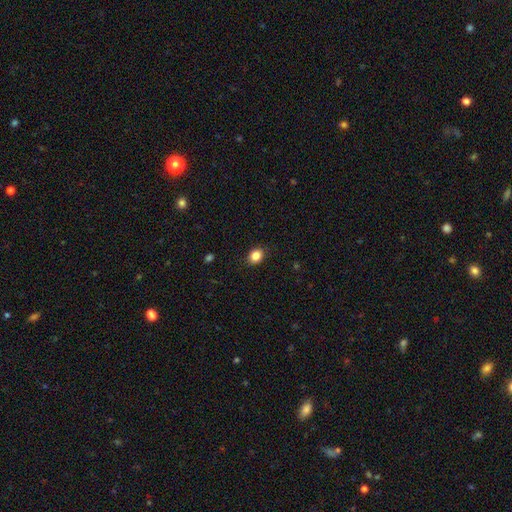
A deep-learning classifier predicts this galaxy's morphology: smooth-or-featured: smooth: 85% | star or artifact: 10% | featured or disk: 5%
  how-rounded: in between: 60% | round: 39% | cigar-shaped: 1%
  merging: none: 88% | minor disturbance: 9% | major disturbance: 2% | merger: 1%